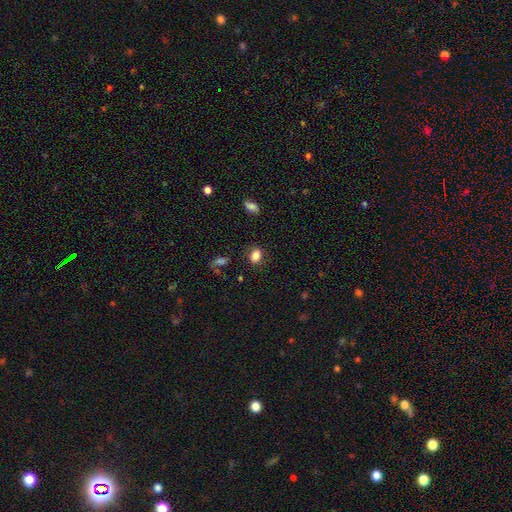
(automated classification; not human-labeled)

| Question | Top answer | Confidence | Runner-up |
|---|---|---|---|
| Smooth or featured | smooth | 84% | star or artifact (10%) |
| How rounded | in between | 70% | round (28%) |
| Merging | none | 82% | minor disturbance (12%) |